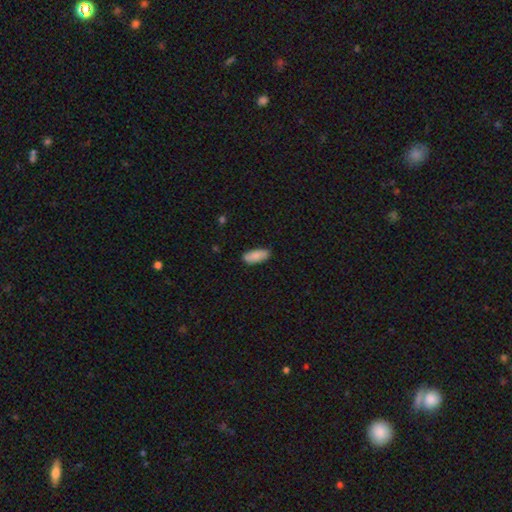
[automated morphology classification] smooth 88%, featured or disk 7%, star or artifact 6%. Down the decision tree: how rounded — in between (82%); merging — none (87%).